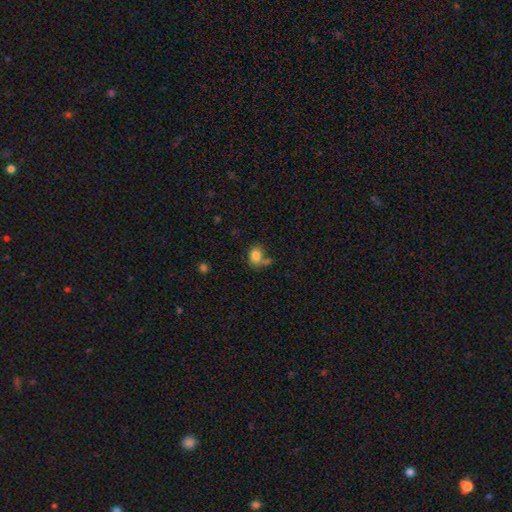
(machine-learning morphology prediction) Q: Smooth or featured?
A: smooth (82%); runner-up: star or artifact (10%)
Q: How rounded?
A: in between (62%); runner-up: round (36%)
Q: Merging?
A: none (48%); runner-up: merger (26%)